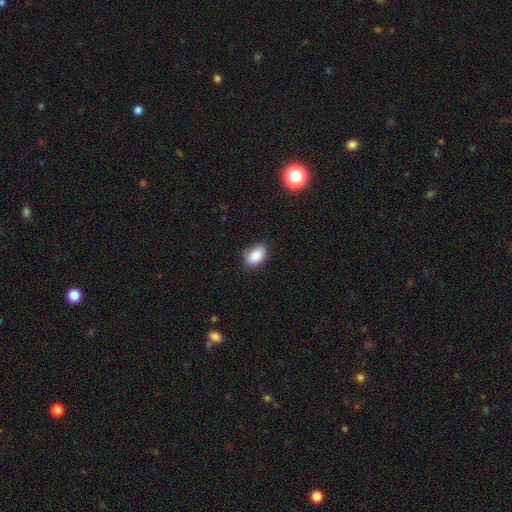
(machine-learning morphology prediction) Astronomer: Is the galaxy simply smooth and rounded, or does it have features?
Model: smooth — 85%.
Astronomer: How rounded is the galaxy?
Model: in between — 84%.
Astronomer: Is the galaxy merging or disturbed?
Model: none — 77%.